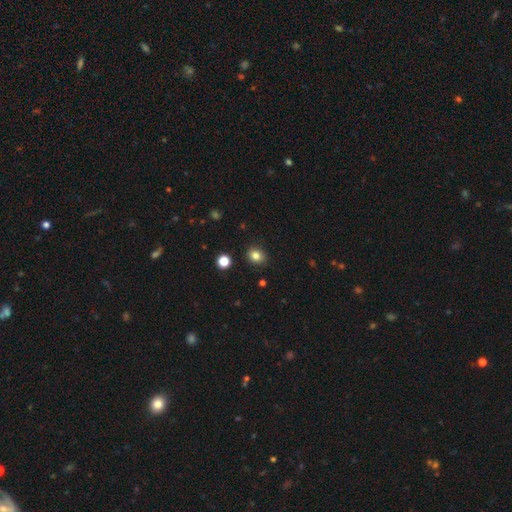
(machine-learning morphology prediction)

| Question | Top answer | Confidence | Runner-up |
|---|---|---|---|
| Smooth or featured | smooth | 83% | star or artifact (12%) |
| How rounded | round | 67% | in between (32%) |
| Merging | none | 87% | minor disturbance (9%) |